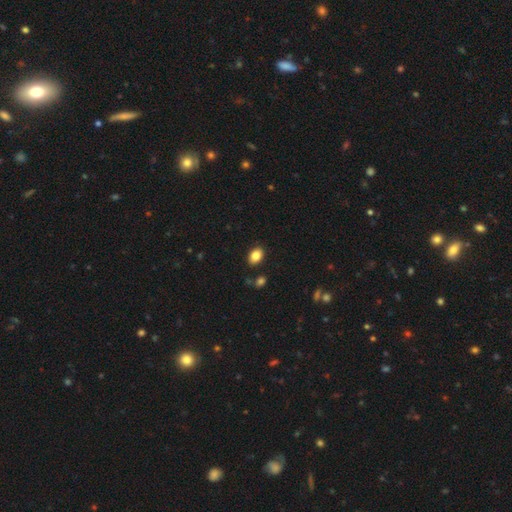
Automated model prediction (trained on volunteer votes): Smooth or featured? smooth (84%)
How rounded? in between (80%)
Merging? none (85%)